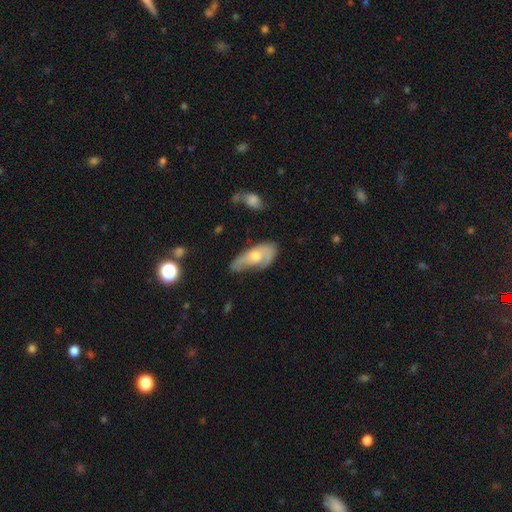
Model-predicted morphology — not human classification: smooth-or-featured: featured or disk: 48% | smooth: 45% | star or artifact: 7%
  merging: none: 38% | minor disturbance: 37% | major disturbance: 21% | merger: 4%